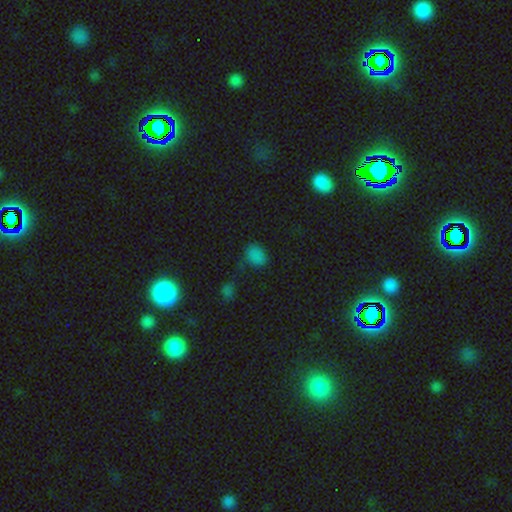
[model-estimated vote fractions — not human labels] smooth 70%, star or artifact 25%, featured or disk 5%. Down the decision tree: how rounded — in between (69%); merging — none (56%).